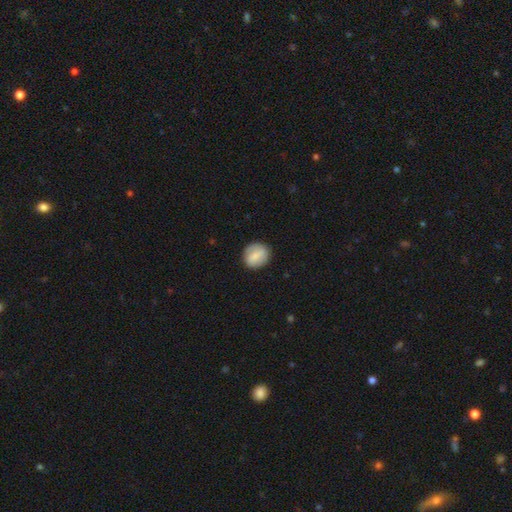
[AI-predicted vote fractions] Smooth or featured? smooth (78%)
How rounded? round (70%)
Merging? none (81%)